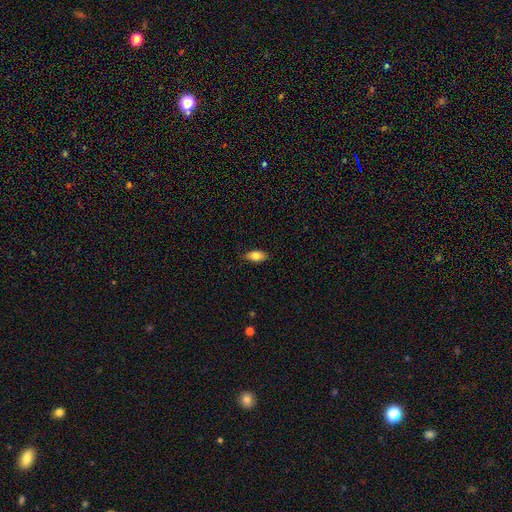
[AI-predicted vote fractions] The model was most divided on "smooth or featured": smooth: 78%, featured or disk: 15%, star or artifact: 7%. More confident: how rounded — in between (88%); merging — none (85%).